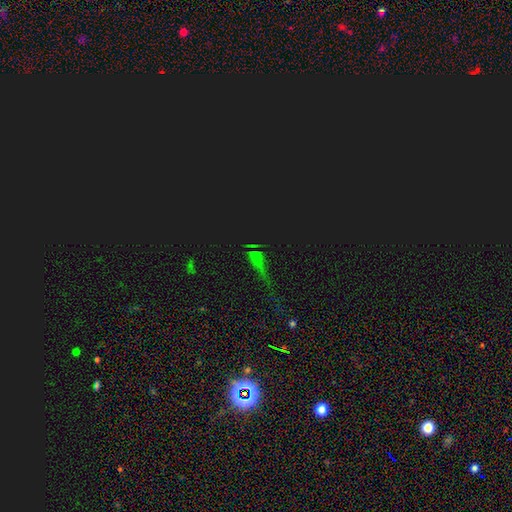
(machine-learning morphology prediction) star or artifact 75%, smooth 15%, featured or disk 10%.